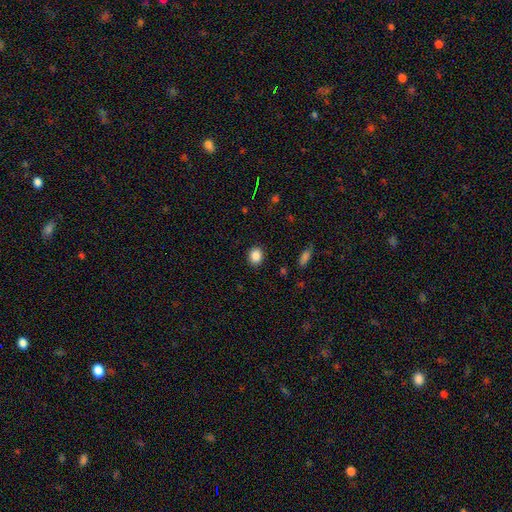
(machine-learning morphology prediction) Smooth or featured? smooth (86%)
How rounded? round (65%)
Merging? none (89%)